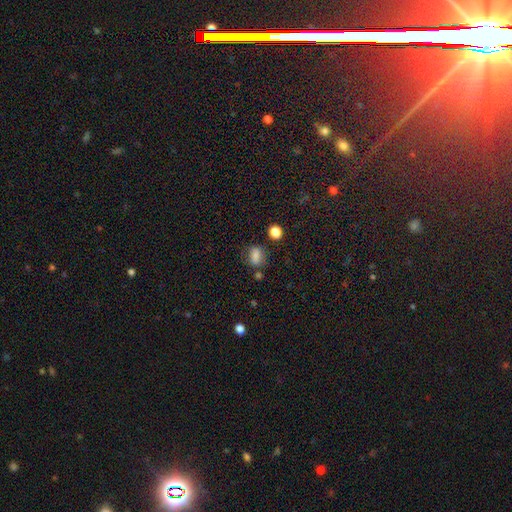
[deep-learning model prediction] Smooth or featured? smooth (79%)
How rounded? in between (65%)
Merging? none (67%)